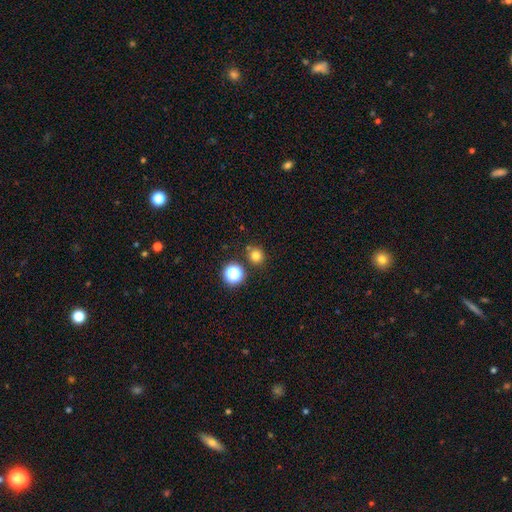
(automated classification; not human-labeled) A smooth galaxy with no disk features (77%) that is round (89%). Merging: none (80%).